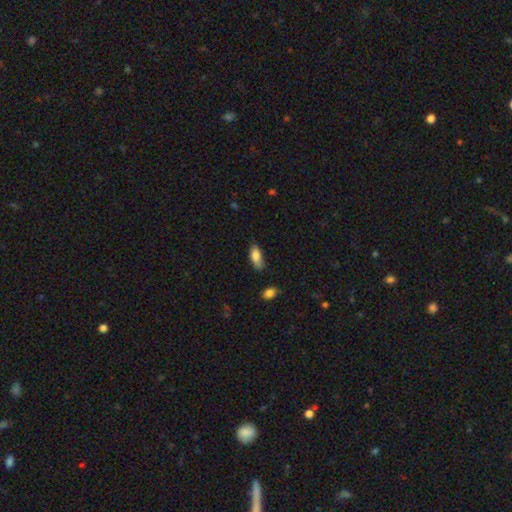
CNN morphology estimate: The model was most divided on "merging": none: 70%, minor disturbance: 24%, major disturbance: 4%, merger: 2%. More confident: smooth or featured — smooth (83%); how rounded — in between (80%).